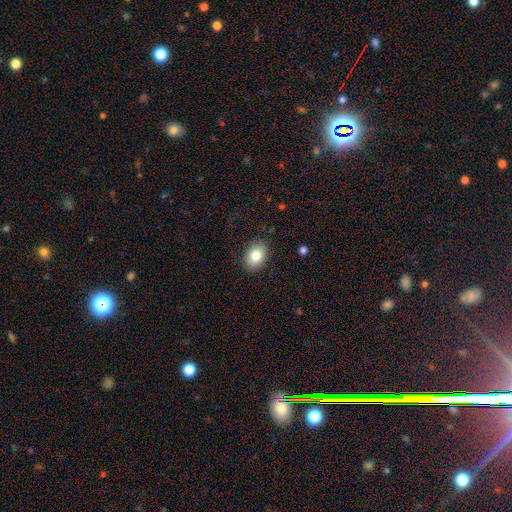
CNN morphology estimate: Smooth or featured: smooth — 81% (featured or disk — 10%)
How rounded: in between — 72% (round — 27%)
Merging: none — 87% (minor disturbance — 9%)